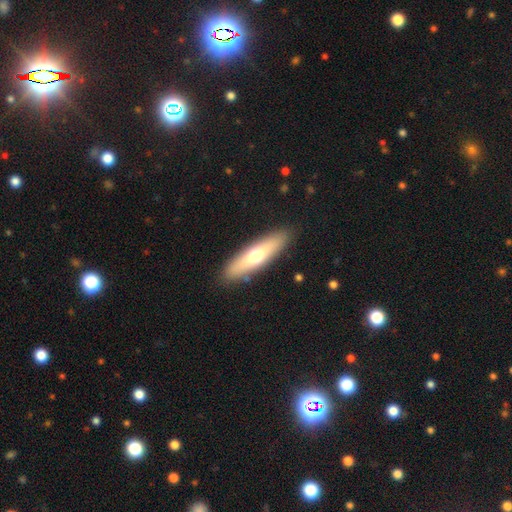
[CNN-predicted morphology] Smooth or featured? Predicted: smooth (p=0.60). How rounded? Predicted: cigar-shaped (p=0.67). Merging? Predicted: none (p=0.88).